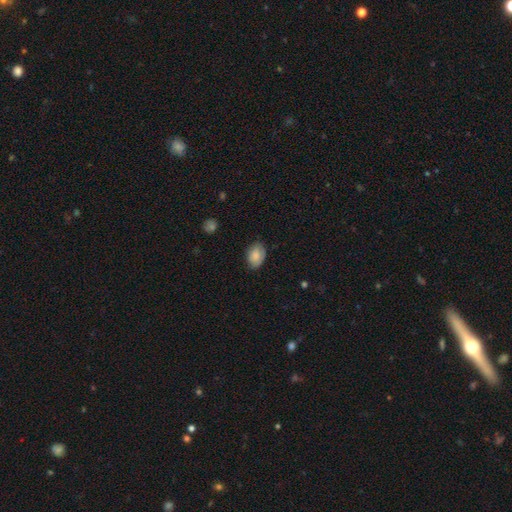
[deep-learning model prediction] Smooth or featured? smooth (83%)
How rounded? in between (84%)
Merging? none (77%)